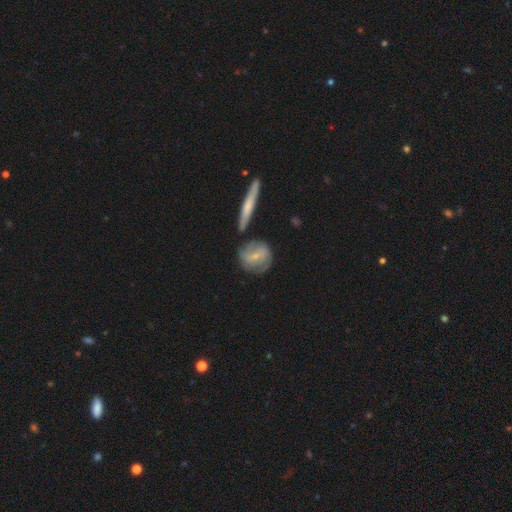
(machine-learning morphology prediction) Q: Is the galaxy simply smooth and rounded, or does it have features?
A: featured or disk — 62%.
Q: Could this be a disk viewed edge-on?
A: no — 93%.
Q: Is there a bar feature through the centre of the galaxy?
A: weak — 48%.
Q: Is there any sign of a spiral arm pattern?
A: yes — 80%.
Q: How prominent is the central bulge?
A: small — 68%.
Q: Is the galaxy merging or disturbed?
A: none — 70%.